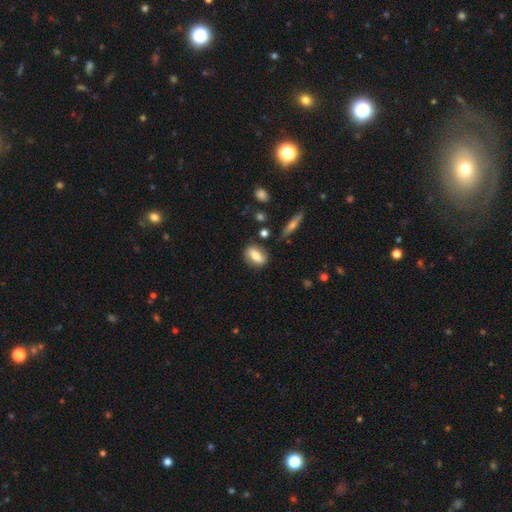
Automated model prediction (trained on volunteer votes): This is likely a smooth galaxy (64%). How rounded: likely in between (75%). Merging: likely none (77%).